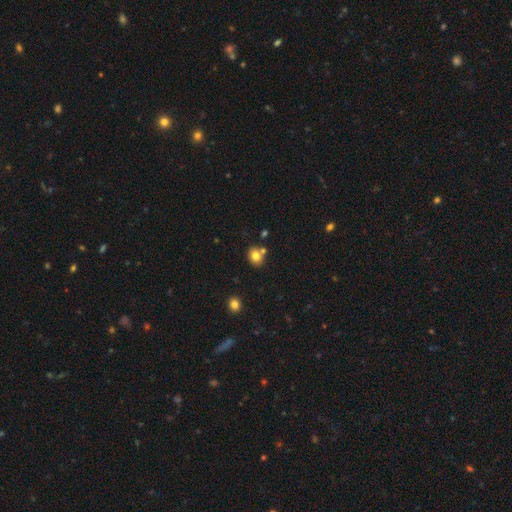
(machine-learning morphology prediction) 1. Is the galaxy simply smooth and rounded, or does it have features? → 79% smooth, 12% star or artifact, 9% featured or disk.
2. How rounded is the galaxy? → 65% round, 35% in between, 1% cigar-shaped.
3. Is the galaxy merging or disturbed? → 69% none, 17% merger, 11% minor disturbance, 3% major disturbance.